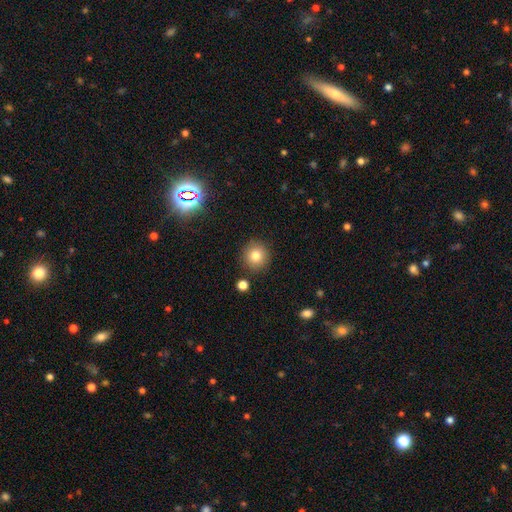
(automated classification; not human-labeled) A smooth galaxy with no disk features (80%) that is round (93%).

Vote fractions:
- Smooth or featured? smooth: 80% / star or artifact: 12% / featured or disk: 9%
- How rounded? round: 93% / in between: 6% / cigar-shaped: 1%
- Merging? none: 88% / minor disturbance: 7% / merger: 3% / major disturbance: 2%